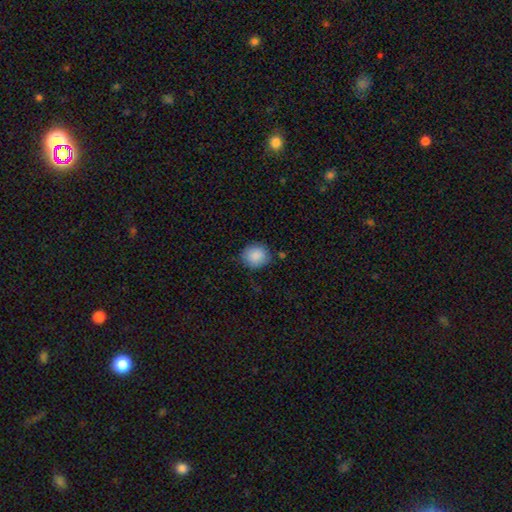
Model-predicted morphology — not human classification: A smooth galaxy with no disk features (89%) that is round (76%).

Vote fractions:
- Smooth or featured? smooth: 89% / star or artifact: 7% / featured or disk: 4%
- How rounded? round: 76% / in between: 23% / cigar-shaped: 1%
- Merging? none: 80% / minor disturbance: 15% / major disturbance: 3% / merger: 2%